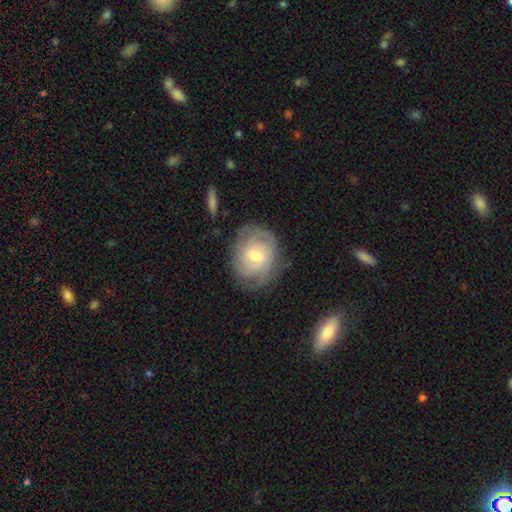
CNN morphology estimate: smooth_or_featured: featured or disk (p=0.77) [alt: smooth p=0.17]
disk_edge_on: no (p=0.97) [alt: yes p=0.03]
bar: no (p=0.50) [alt: weak p=0.43]
has_spiral_arms: yes (p=0.92) [alt: no p=0.08]
spiral_winding: tight (p=0.69) [alt: medium p=0.25]
spiral_arm_count: can't tell (p=0.37) [alt: 2 p=0.23]
bulge_size: moderate (p=0.55) [alt: small p=0.40]
merging: none (p=0.76) [alt: minor disturbance p=0.17]